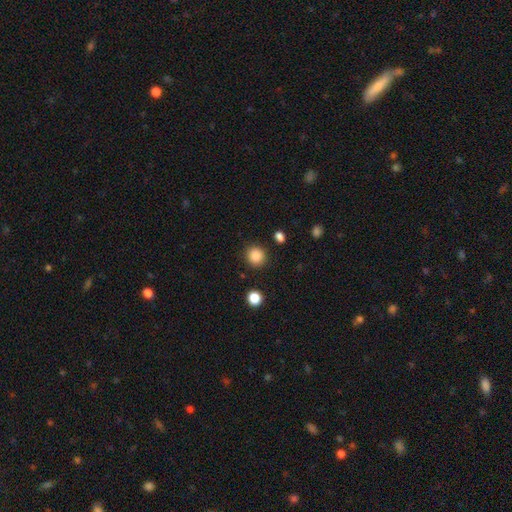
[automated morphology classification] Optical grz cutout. It shows a smooth galaxy with no disk features (87%) that is round (90%). Merging: none (88%).